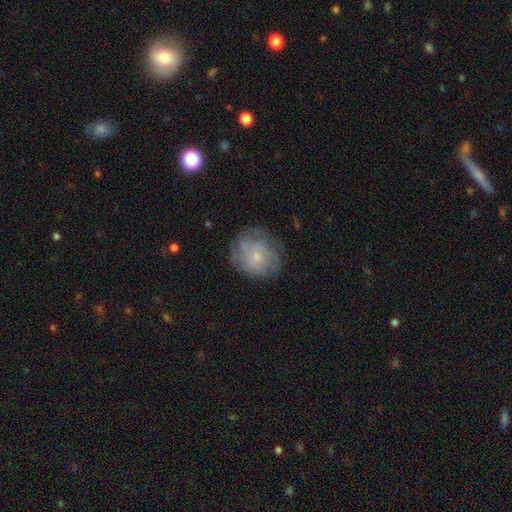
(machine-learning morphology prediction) Q: Smooth or featured?
A: smooth (49%); runner-up: featured or disk (40%)
Q: Merging?
A: none (71%); runner-up: minor disturbance (19%)